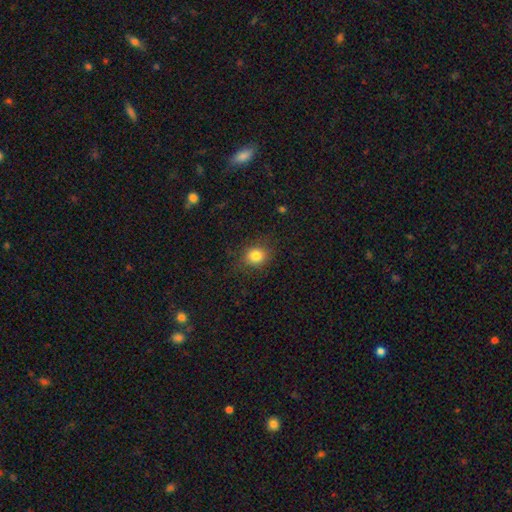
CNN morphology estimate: Smooth or featured? smooth (82%)
How rounded? round (73%)
Merging? none (83%)